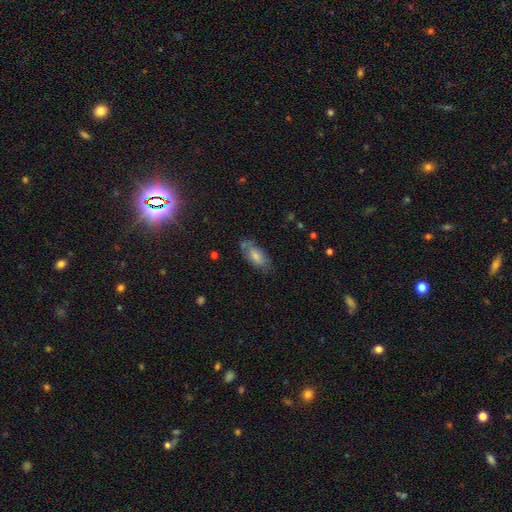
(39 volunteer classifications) This is likely a smooth galaxy (72%). How rounded: clearly in between (89%). Merging: likely none (72%).